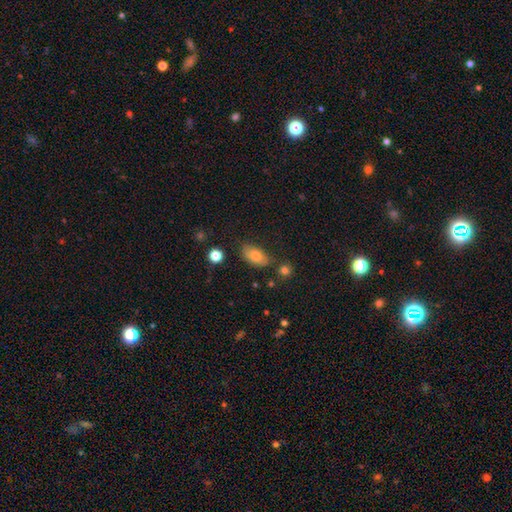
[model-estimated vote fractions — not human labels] smooth_or_featured: smooth (p=0.78) [alt: featured or disk p=0.12]
how_rounded: in between (p=0.89) [alt: round p=0.06]
merging: none (p=0.70) [alt: minor disturbance p=0.21]